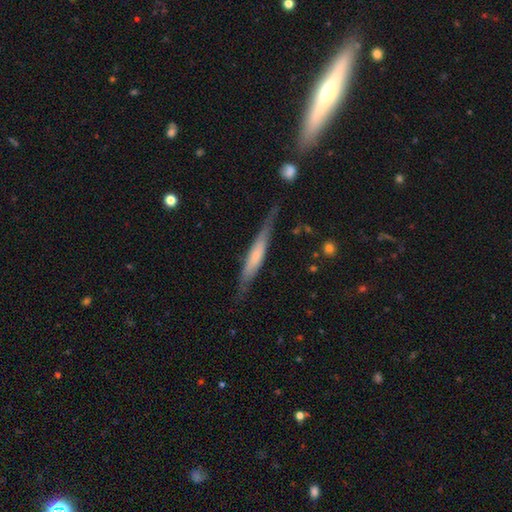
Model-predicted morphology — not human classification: Q: Smooth or featured?
A: featured or disk (51%); runner-up: smooth (43%)
Q: Edge-on disk?
A: yes (89%); runner-up: no (11%)
Q: Merging?
A: none (73%); runner-up: minor disturbance (19%)